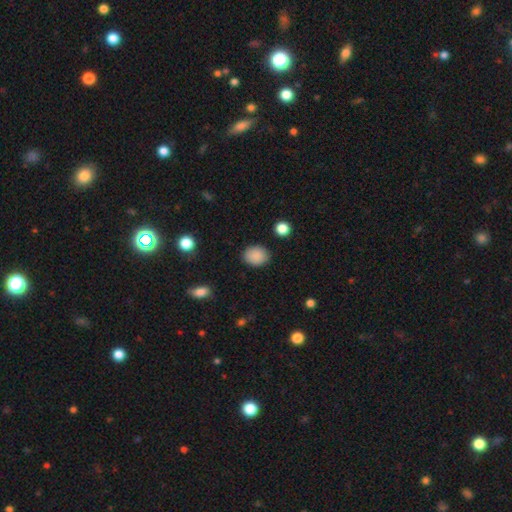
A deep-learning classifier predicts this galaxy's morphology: A smooth galaxy with no disk features (88%) that is round (51%). Merging: none (86%).